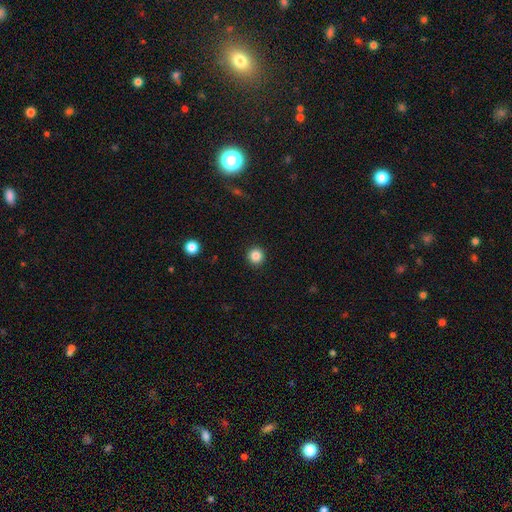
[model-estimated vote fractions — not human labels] Smooth or featured? Predicted: smooth (p=0.85). How rounded? Predicted: round (p=0.95). Merging? Predicted: none (p=0.93).